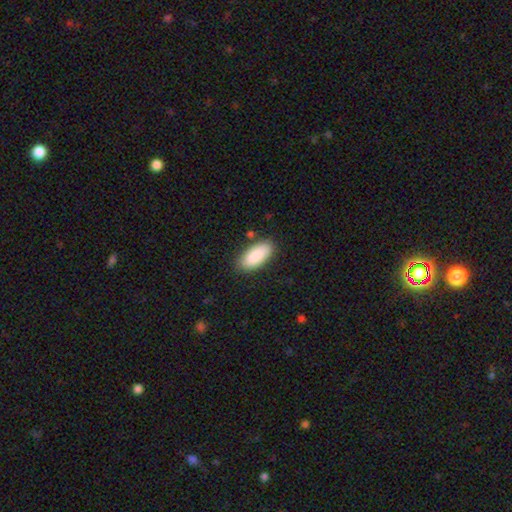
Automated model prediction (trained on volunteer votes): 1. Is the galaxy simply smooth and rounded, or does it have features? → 89% smooth, 6% star or artifact, 5% featured or disk.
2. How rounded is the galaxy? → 89% in between, 9% cigar-shaped, 2% round.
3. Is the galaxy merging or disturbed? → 83% none, 12% minor disturbance, 3% major disturbance, 2% merger.